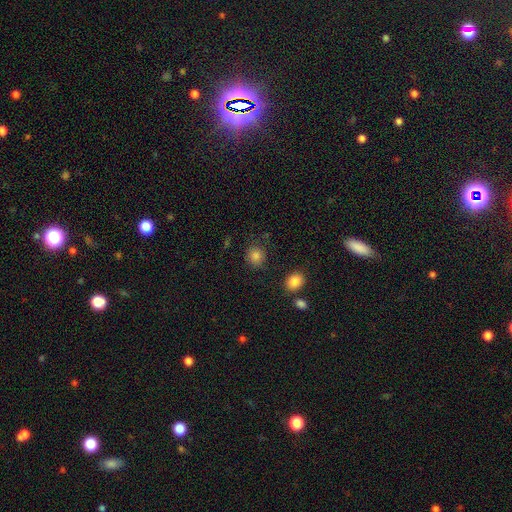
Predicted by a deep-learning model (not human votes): Q: Smooth or featured?
A: smooth (84%); runner-up: star or artifact (11%)
Q: How rounded?
A: round (81%); runner-up: in between (18%)
Q: Merging?
A: none (81%); runner-up: minor disturbance (11%)